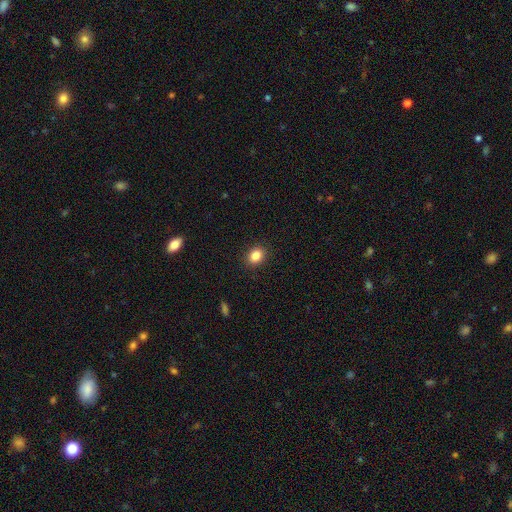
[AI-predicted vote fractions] smooth-or-featured: smooth: 86% | star or artifact: 10% | featured or disk: 5%
  how-rounded: in between: 58% | round: 41% | cigar-shaped: 1%
  merging: none: 90% | minor disturbance: 7% | major disturbance: 2% | merger: 1%